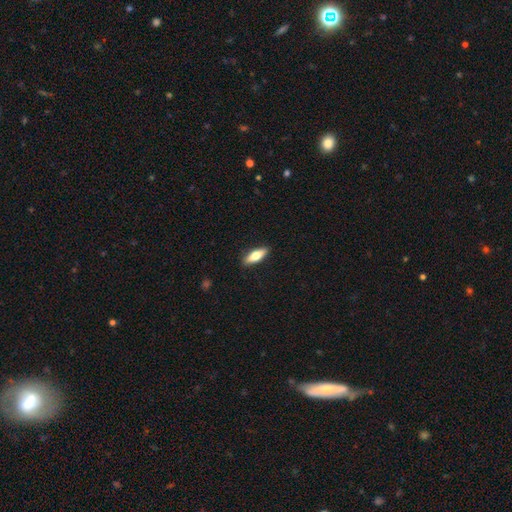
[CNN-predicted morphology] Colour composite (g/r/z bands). It shows a smooth galaxy with no disk features (63%) that is in between round and cigar-shaped (56%). Merging: none (90%).